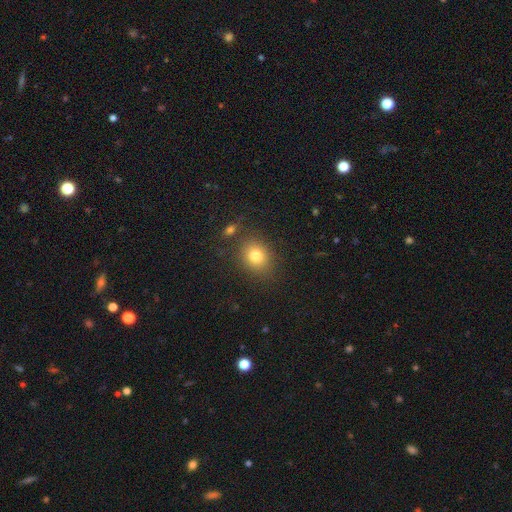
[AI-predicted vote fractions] The model was most divided on "how rounded": round: 62%, in between: 37%, cigar-shaped: 1%. More confident: merging — none (81%); smooth or featured — smooth (79%).